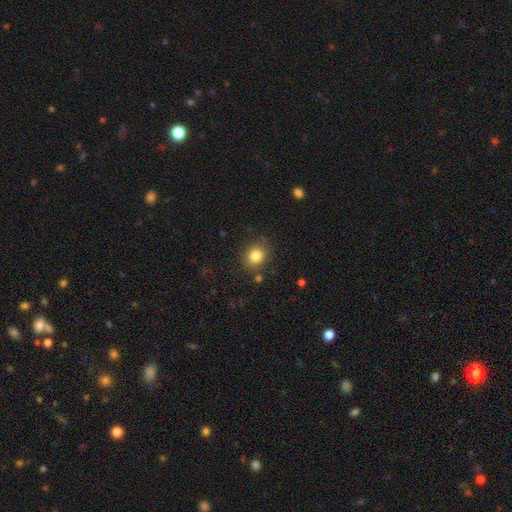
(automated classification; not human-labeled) Smooth or featured? Predicted: smooth (p=0.83). How rounded? Predicted: round (p=0.77). Merging? Predicted: none (p=0.84).